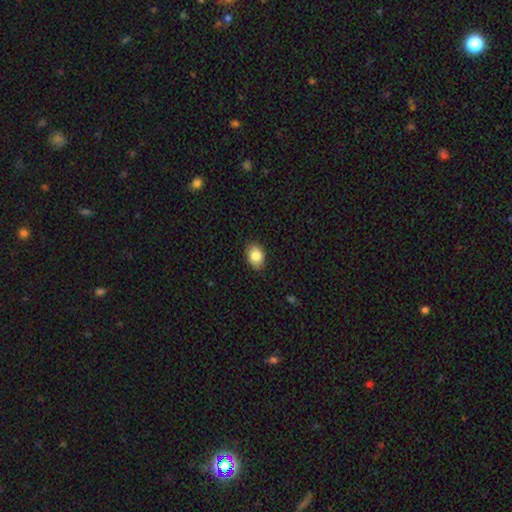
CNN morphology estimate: This is clearly a smooth galaxy (85%). How rounded: likely in between (77%). Merging: clearly none (87%).